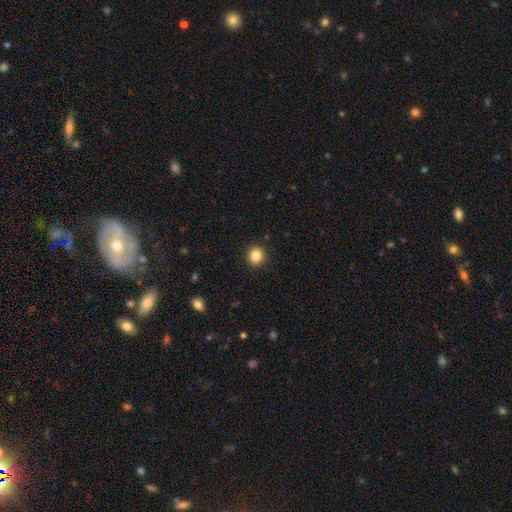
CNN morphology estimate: This appears to be a smooth galaxy with no disk features (86%) that is round (92%). Merging: none (92%).